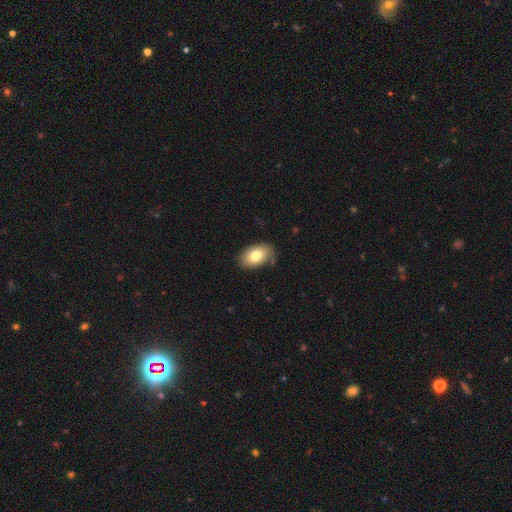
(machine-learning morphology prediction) A smooth galaxy with no disk features (77%) that is in between round and cigar-shaped (88%).

Vote fractions:
- Smooth or featured? smooth: 77% / featured or disk: 15% / star or artifact: 8%
- How rounded? in between: 88% / round: 11% / cigar-shaped: 1%
- Merging? none: 76% / minor disturbance: 18% / major disturbance: 4% / merger: 2%